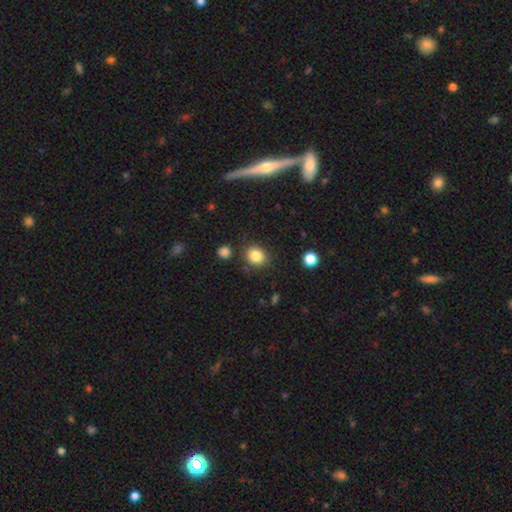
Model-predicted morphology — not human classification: smooth-or-featured: smooth: 84% | star or artifact: 10% | featured or disk: 6%
  how-rounded: round: 66% | in between: 33% | cigar-shaped: 1%
  merging: none: 82% | minor disturbance: 11% | merger: 4% | major disturbance: 3%